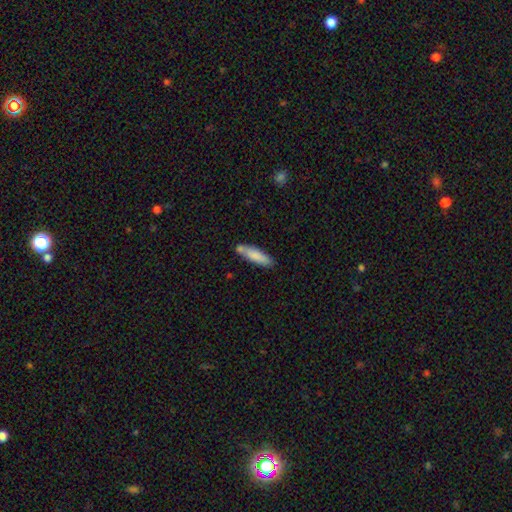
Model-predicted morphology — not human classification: Smooth or featured: smooth — 81% (featured or disk — 13%)
How rounded: cigar-shaped — 69% (in between — 29%)
Merging: none — 67% (minor disturbance — 17%)